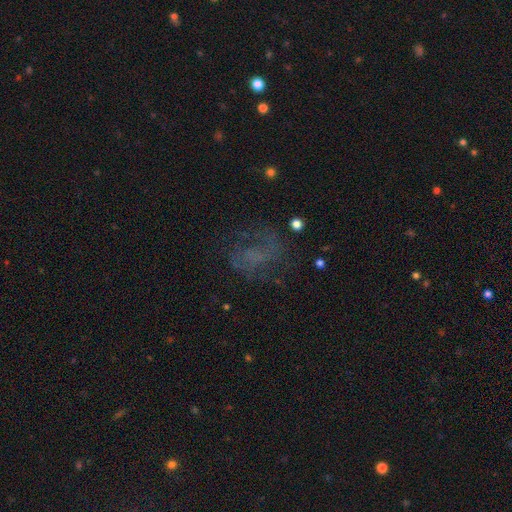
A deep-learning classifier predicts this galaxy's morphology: A featured or disk galaxy (49%).

Vote fractions:
- Smooth or featured? featured or disk: 49% / smooth: 26% / star or artifact: 25%
- Merging? none: 56% / major disturbance: 24% / minor disturbance: 18% / merger: 2%